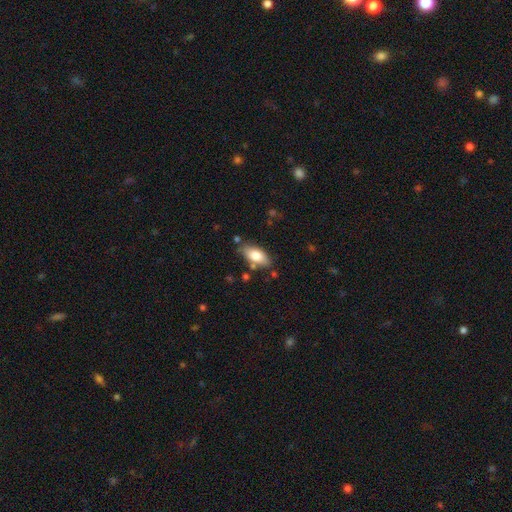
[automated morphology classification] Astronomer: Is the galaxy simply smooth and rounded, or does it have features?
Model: smooth — 78%.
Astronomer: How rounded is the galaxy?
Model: in between — 89%.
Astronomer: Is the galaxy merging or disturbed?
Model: none — 75%.